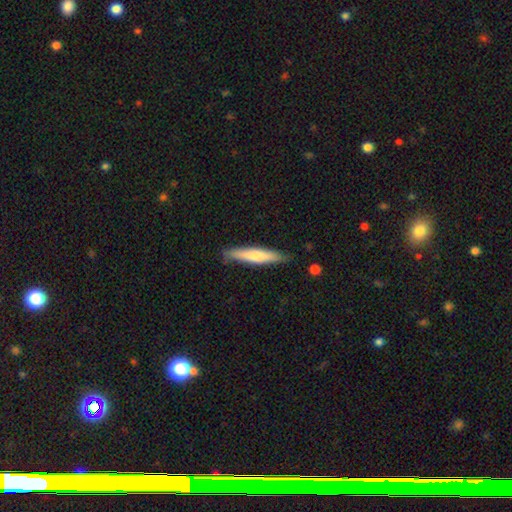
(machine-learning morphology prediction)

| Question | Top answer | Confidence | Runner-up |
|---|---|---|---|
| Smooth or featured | smooth | 62% | featured or disk (32%) |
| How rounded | cigar-shaped | 88% | in between (10%) |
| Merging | none | 84% | minor disturbance (13%) |